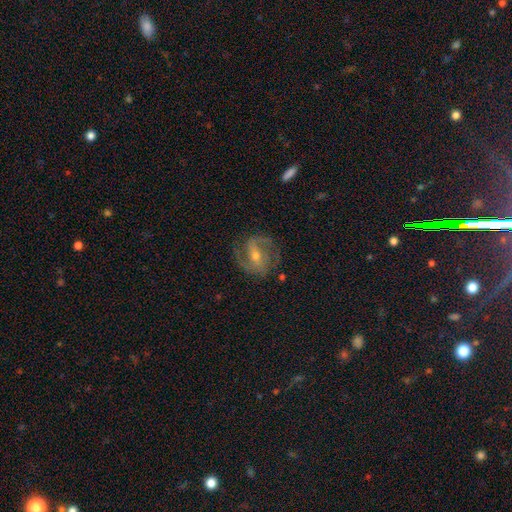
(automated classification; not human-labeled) featured or disk 84%, smooth 10%, star or artifact 7%. Down the decision tree: edge-on disk — no (96%); bar — weak (42%); spiral arms — yes (94%); spiral arm count — 2 (77%); spiral winding — medium (51%); bulge size — small (49%); merging — none (74%).